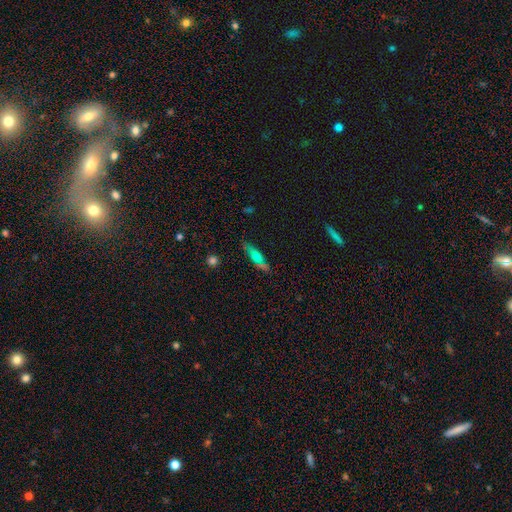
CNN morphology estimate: This appears to be a smooth galaxy with no disk features (49%). Merging: none (68%).